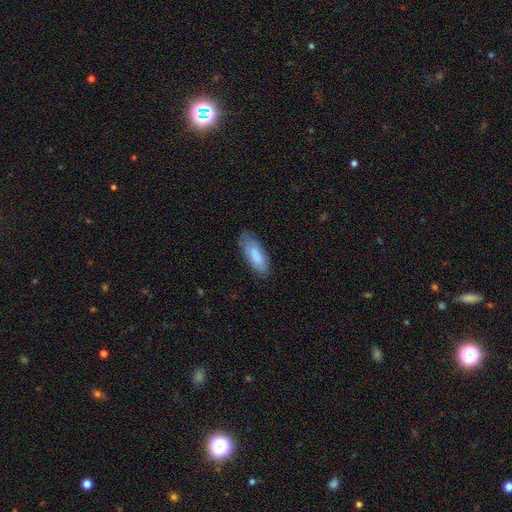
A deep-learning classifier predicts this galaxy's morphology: Smooth or featured? Predicted: smooth (p=0.81). How rounded? Predicted: in between (p=0.69). Merging? Predicted: none (p=0.74).